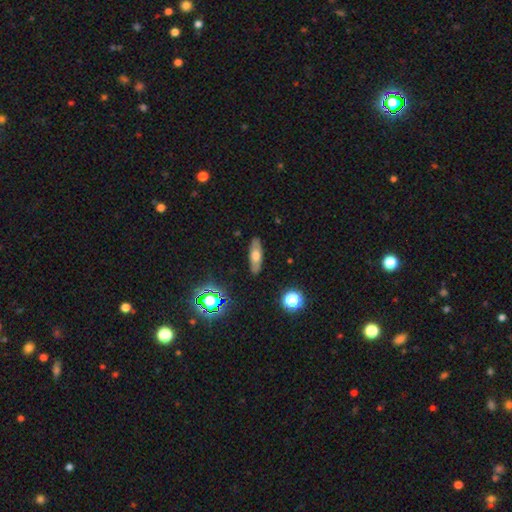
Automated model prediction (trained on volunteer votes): A smooth galaxy with no disk features (59%) that is in between round and cigar-shaped (56%). Merging: none (86%).